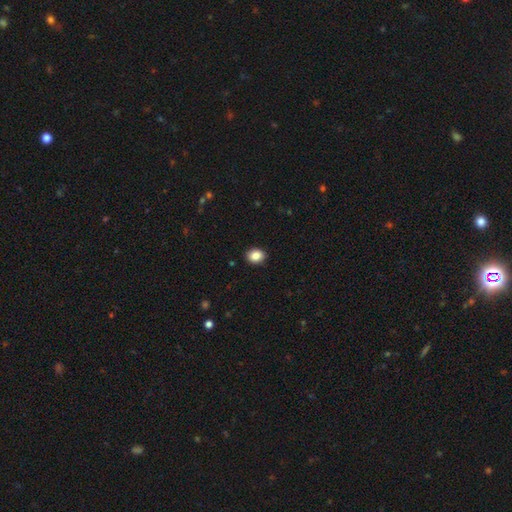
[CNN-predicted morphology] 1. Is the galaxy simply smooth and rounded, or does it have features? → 87% smooth, 9% star or artifact, 5% featured or disk.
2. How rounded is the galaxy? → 51% in between, 48% round, 1% cigar-shaped.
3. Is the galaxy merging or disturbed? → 91% none, 7% minor disturbance, 2% major disturbance, 1% merger.